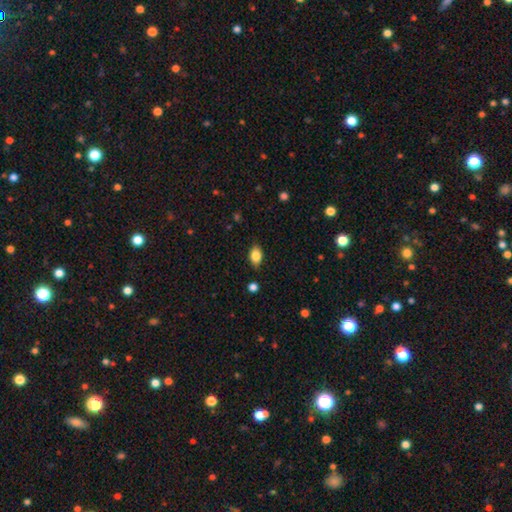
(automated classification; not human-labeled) Smooth or featured? Predicted: smooth (p=0.84). How rounded? Predicted: in between (p=0.86). Merging? Predicted: none (p=0.85).